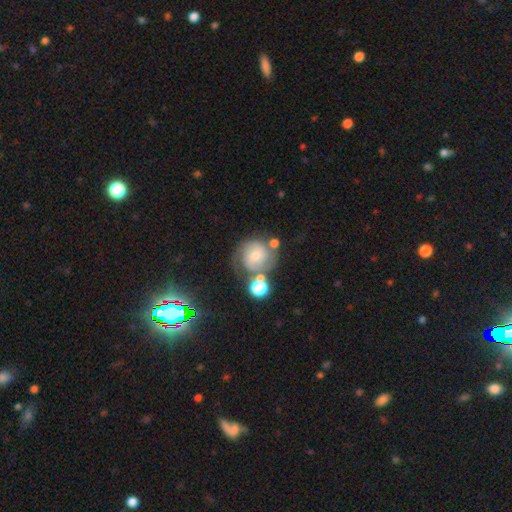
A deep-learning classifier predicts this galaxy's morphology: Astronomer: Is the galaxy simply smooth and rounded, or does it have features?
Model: featured or disk — 60%.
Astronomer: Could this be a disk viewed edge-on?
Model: no — 98%.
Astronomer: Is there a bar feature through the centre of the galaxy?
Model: no — 64%.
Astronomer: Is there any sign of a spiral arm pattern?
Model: yes — 88%.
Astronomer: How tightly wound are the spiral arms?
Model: tight — 45% (runner-up: medium, 40%).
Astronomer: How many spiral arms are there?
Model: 2 — 67%.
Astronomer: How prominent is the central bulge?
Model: small — 47% (runner-up: moderate, 41%).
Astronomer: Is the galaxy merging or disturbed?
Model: none — 52%.